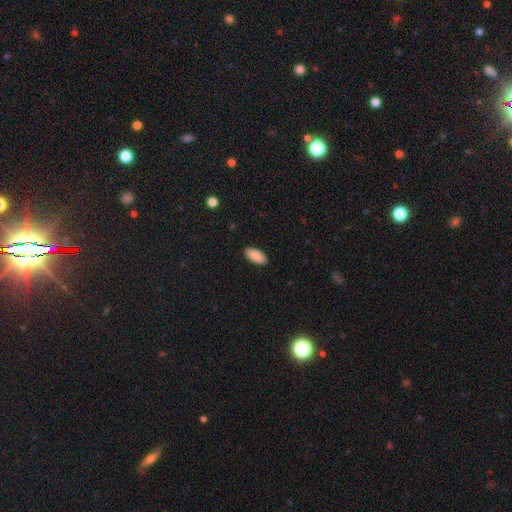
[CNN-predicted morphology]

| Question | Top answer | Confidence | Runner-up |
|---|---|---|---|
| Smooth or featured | smooth | 90% | star or artifact (6%) |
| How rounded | in between | 91% | cigar-shaped (7%) |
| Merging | none | 91% | minor disturbance (7%) |